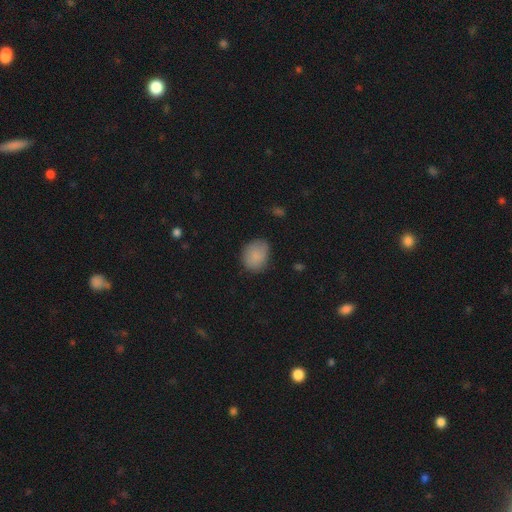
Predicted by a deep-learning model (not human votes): smooth 84%, featured or disk 8%, star or artifact 8%. Down the decision tree: how rounded — round (54%); merging — none (74%).